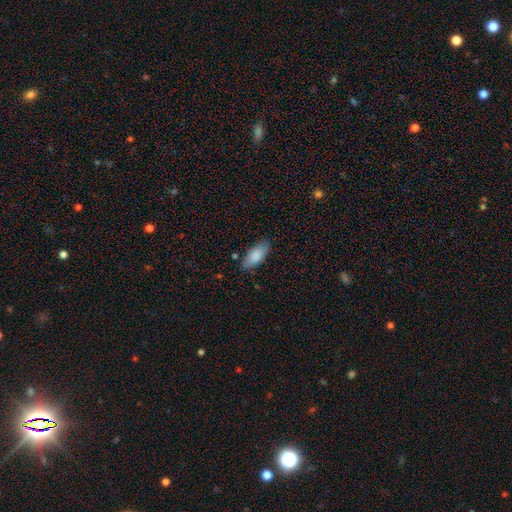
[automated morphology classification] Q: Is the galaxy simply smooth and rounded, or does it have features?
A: smooth — 84%.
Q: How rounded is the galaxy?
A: in between — 84%.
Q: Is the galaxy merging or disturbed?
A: none — 79%.